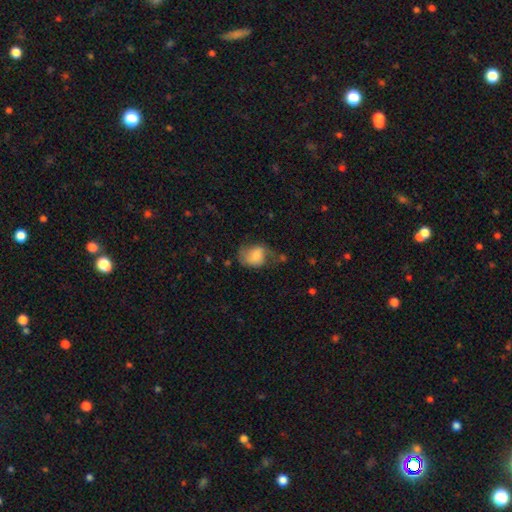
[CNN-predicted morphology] The model was most divided on "merging": none: 40%, minor disturbance: 31%, major disturbance: 25%, merger: 4%. More confident: how rounded — in between (59%); smooth or featured — smooth (56%).